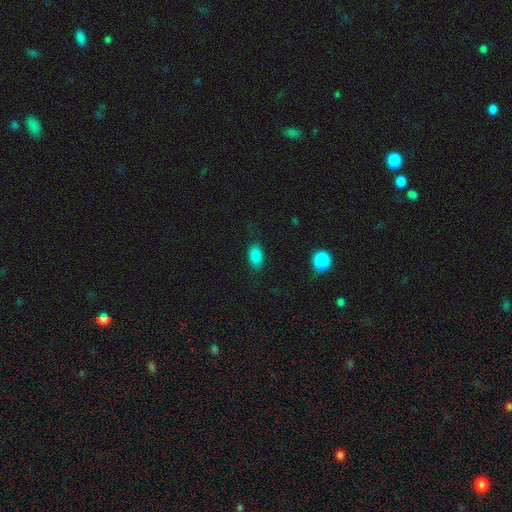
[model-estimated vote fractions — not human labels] A smooth galaxy with no disk features (82%) that is in between round and cigar-shaped (87%).

Vote fractions:
- Smooth or featured? smooth: 82% / star or artifact: 10% / featured or disk: 7%
- How rounded? in between: 87% / round: 10% / cigar-shaped: 3%
- Merging? none: 82% / minor disturbance: 13% / major disturbance: 4% / merger: 1%